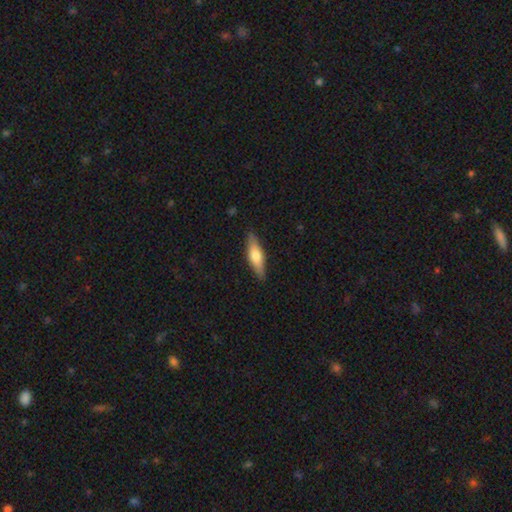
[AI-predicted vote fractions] This appears to be a smooth galaxy with no disk features (58%) that is cigar-shaped (60%). Merging: none (87%).